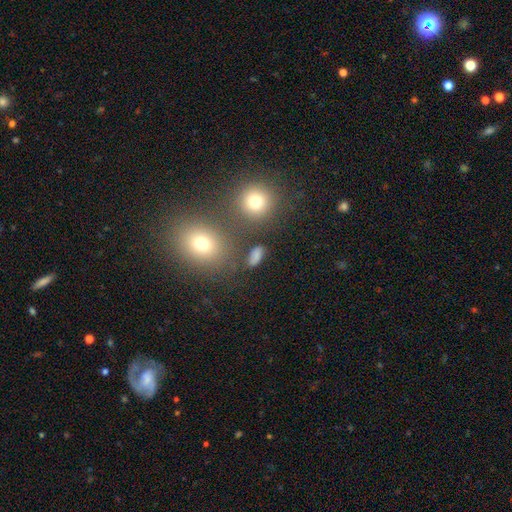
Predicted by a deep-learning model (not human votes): A smooth galaxy with no disk features (73%) that is in between round and cigar-shaped (72%). Merging: none (74%).